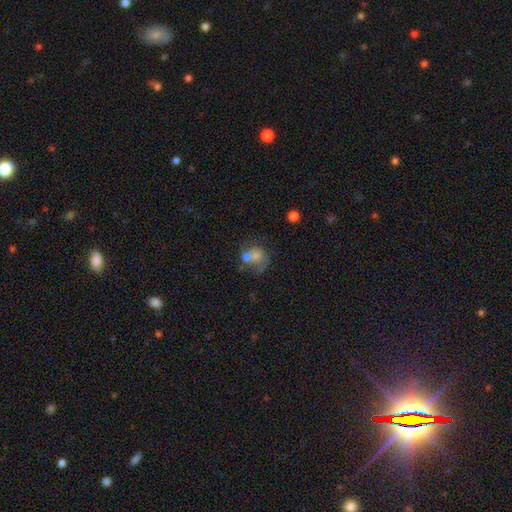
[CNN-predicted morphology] Q: Smooth or featured?
A: smooth (52%); runner-up: featured or disk (31%)
Q: How rounded?
A: round (67%); runner-up: in between (32%)
Q: Merging?
A: merger (36%); runner-up: none (35%)